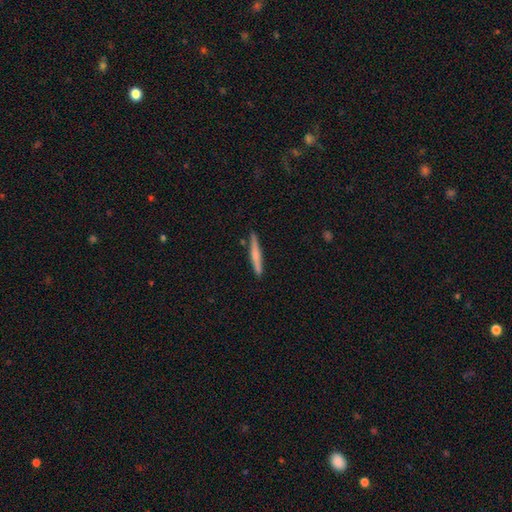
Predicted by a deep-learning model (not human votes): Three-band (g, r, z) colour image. It shows a smooth galaxy with no disk features (60%) that is cigar-shaped (95%). Merging: none (87%).